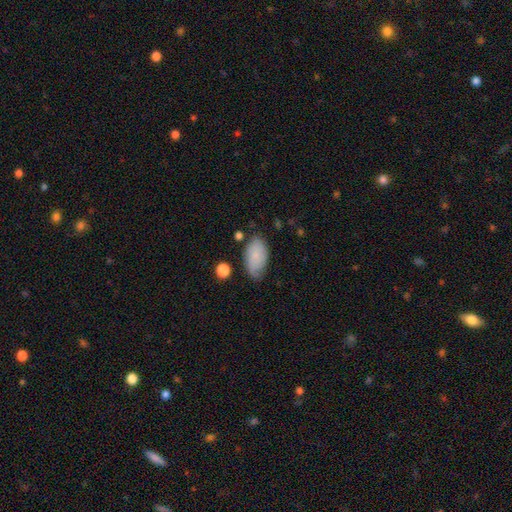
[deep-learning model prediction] smooth 79%, featured or disk 14%, star or artifact 7%. Down the decision tree: how rounded — in between (94%); merging — none (67%).